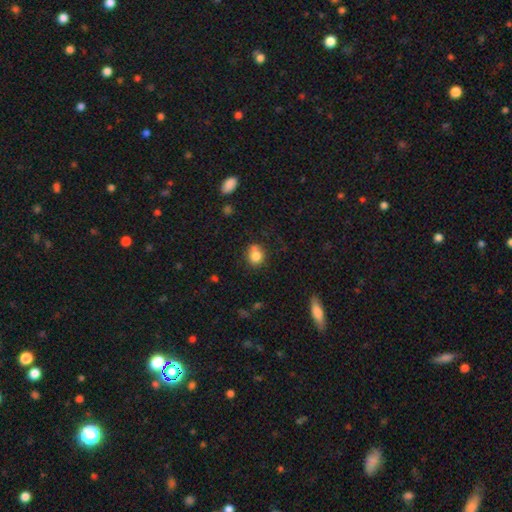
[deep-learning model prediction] Smooth or featured? Predicted: smooth (p=0.81). How rounded? Predicted: round (p=0.71). Merging? Predicted: none (p=0.56).